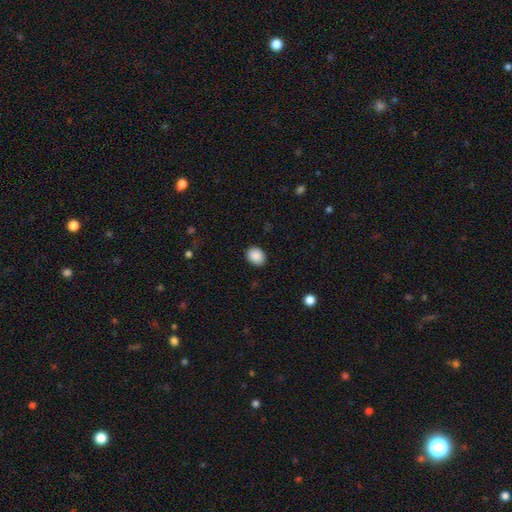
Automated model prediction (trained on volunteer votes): smooth_or_featured: smooth (p=0.90) [alt: star or artifact p=0.08]
how_rounded: in between (p=0.56) [alt: round p=0.43]
merging: none (p=0.88) [alt: minor disturbance p=0.09]